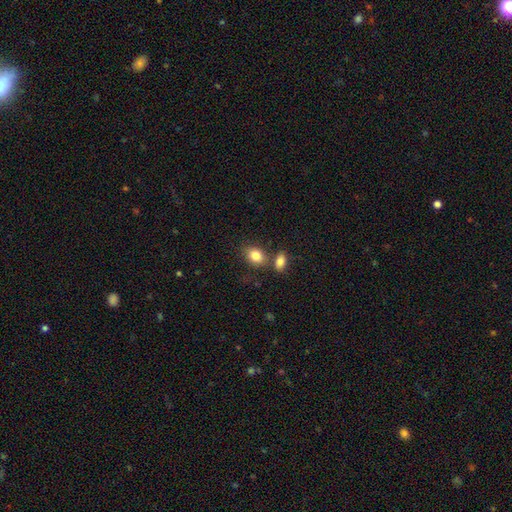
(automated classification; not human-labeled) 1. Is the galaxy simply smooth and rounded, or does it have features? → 84% smooth, 8% star or artifact, 8% featured or disk.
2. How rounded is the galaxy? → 73% in between, 26% round, 1% cigar-shaped.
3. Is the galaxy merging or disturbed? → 63% none, 21% merger, 12% minor disturbance, 4% major disturbance.